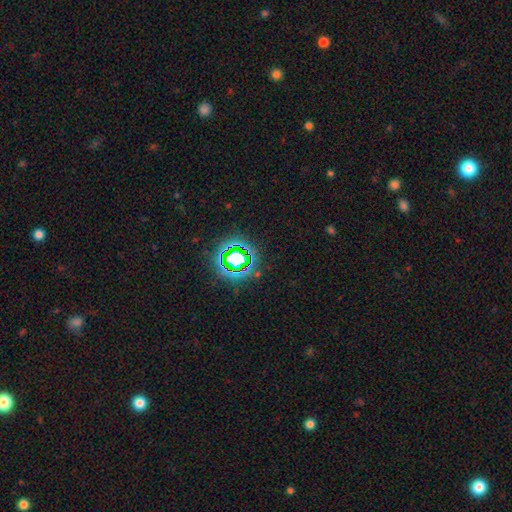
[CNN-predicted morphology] smooth-or-featured: star or artifact: 80% | smooth: 13% | featured or disk: 7%